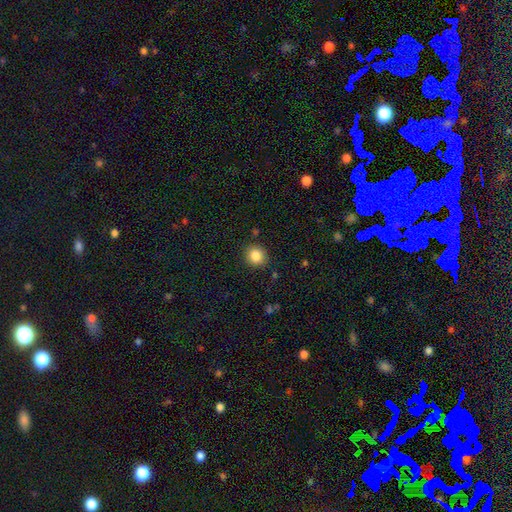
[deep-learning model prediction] Smooth or featured: smooth — 85% (star or artifact — 10%)
How rounded: round — 85% (in between — 14%)
Merging: none — 88% (minor disturbance — 8%)